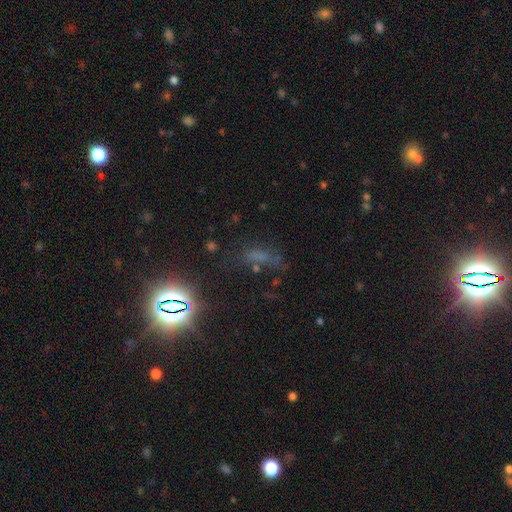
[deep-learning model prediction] Smooth or featured: star or artifact — 56% (smooth — 27%)